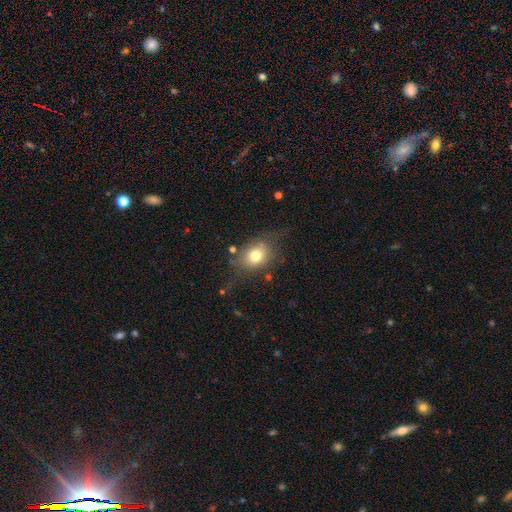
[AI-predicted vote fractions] A smooth galaxy with no disk features (72%) that is in between round and cigar-shaped (55%). Merging: none (60%).